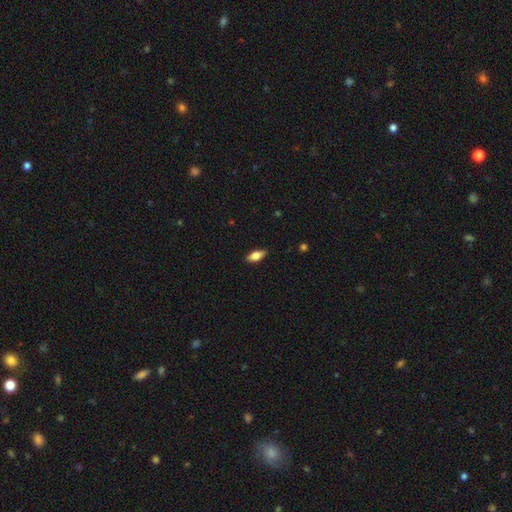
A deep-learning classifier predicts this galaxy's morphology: smooth-or-featured: smooth: 71% | featured or disk: 22% | star or artifact: 7%
  how-rounded: in between: 82% | cigar-shaped: 15% | round: 3%
  merging: none: 87% | minor disturbance: 10% | major disturbance: 2% | merger: 1%